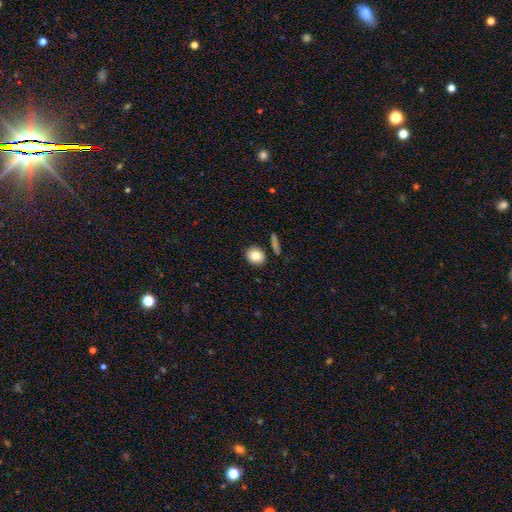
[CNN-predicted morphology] This appears to be a smooth galaxy with no disk features (81%) that is round (56%). Merging: none (85%).